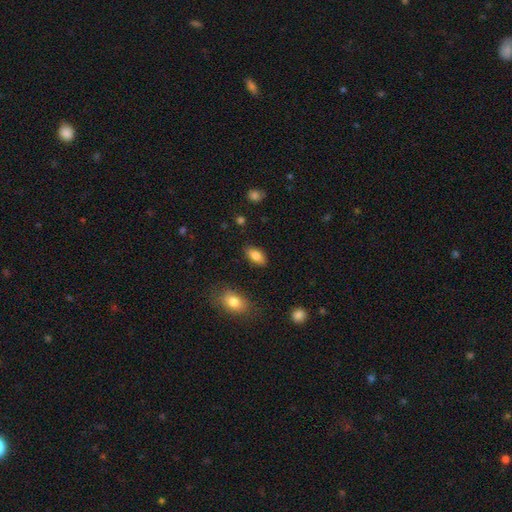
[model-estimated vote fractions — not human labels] smooth 80%, featured or disk 13%, star or artifact 7%. Down the decision tree: how rounded — in between (87%); merging — none (86%).